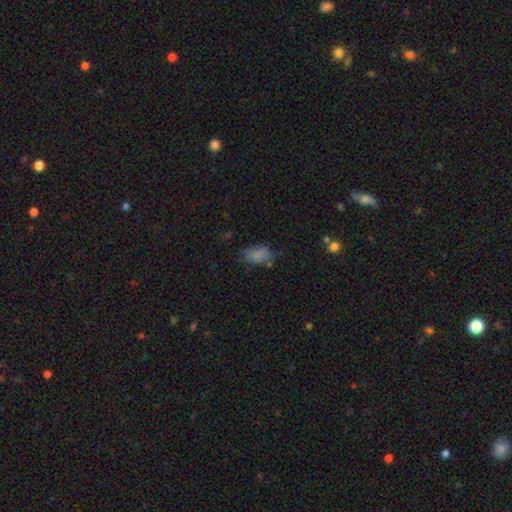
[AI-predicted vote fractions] Smooth or featured?
  - smooth: 69% *
  - star or artifact: 20%
  - featured or disk: 10%
How rounded?
  - in between: 89% *
  - round: 8%
  - cigar-shaped: 4%
Merging?
  - none: 67% *
  - minor disturbance: 21%
  - major disturbance: 7%
  - merger: 4%